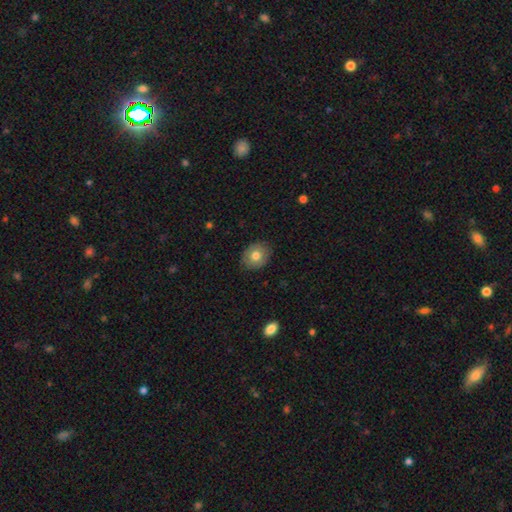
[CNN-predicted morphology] Q: Smooth or featured?
A: smooth (74%); runner-up: featured or disk (18%)
Q: How rounded?
A: round (56%); runner-up: in between (43%)
Q: Merging?
A: none (86%); runner-up: minor disturbance (10%)